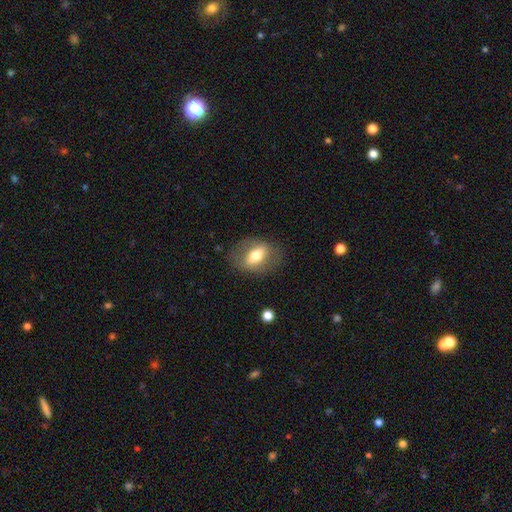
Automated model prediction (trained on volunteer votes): smooth 53%, featured or disk 40%, star or artifact 7%. Down the decision tree: how rounded — in between (78%); merging — none (79%).